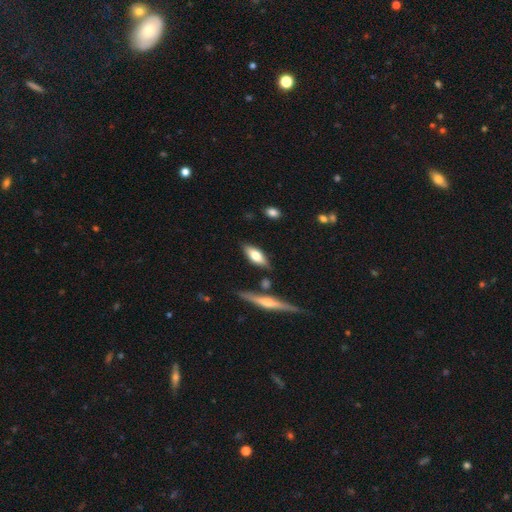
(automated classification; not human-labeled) This is likely a smooth galaxy (64%). How rounded: likely in between (71%). Merging: likely none (79%).